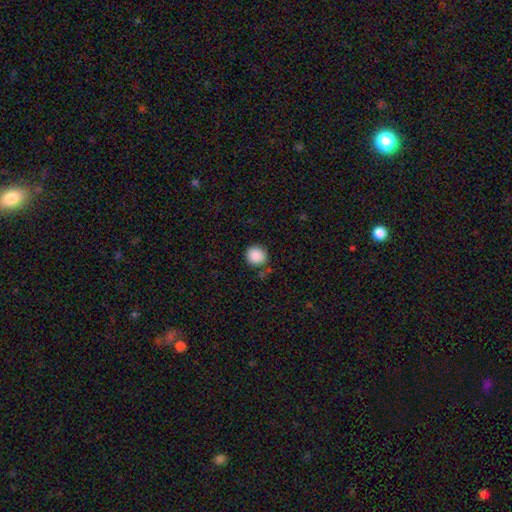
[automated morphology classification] smooth_or_featured: smooth (p=0.89) [alt: star or artifact p=0.09]
how_rounded: round (p=0.90) [alt: in between p=0.09]
merging: none (p=0.80) [alt: minor disturbance p=0.12]